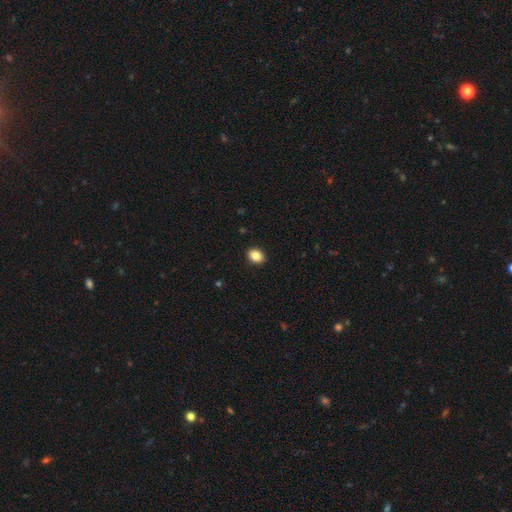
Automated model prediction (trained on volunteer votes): A smooth galaxy with no disk features (86%) that is in between round and cigar-shaped (61%).

Vote fractions:
- Smooth or featured? smooth: 86% / star or artifact: 9% / featured or disk: 5%
- How rounded? in between: 61% / round: 38% / cigar-shaped: 1%
- Merging? none: 92% / minor disturbance: 6% / major disturbance: 2% / merger: 1%